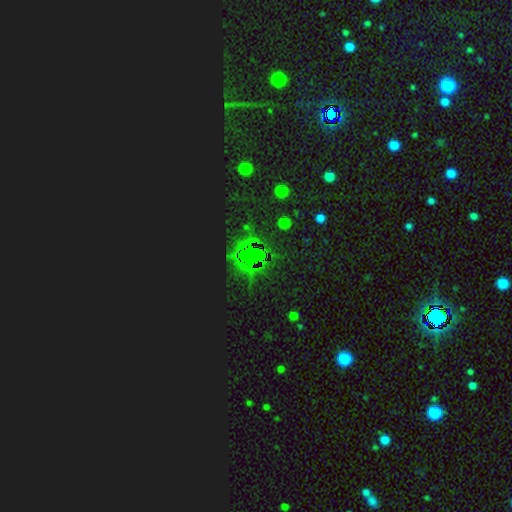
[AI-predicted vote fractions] smooth_or_featured: star or artifact (p=0.76) [alt: smooth p=0.15]